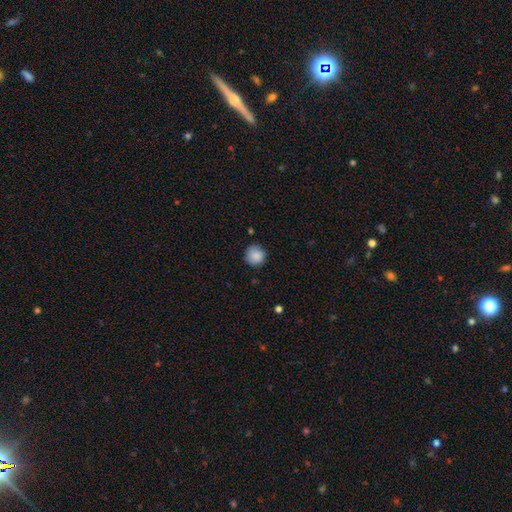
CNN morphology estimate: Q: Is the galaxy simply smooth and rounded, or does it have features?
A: smooth — 88%.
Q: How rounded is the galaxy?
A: round — 93%.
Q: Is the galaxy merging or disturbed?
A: none — 85%.